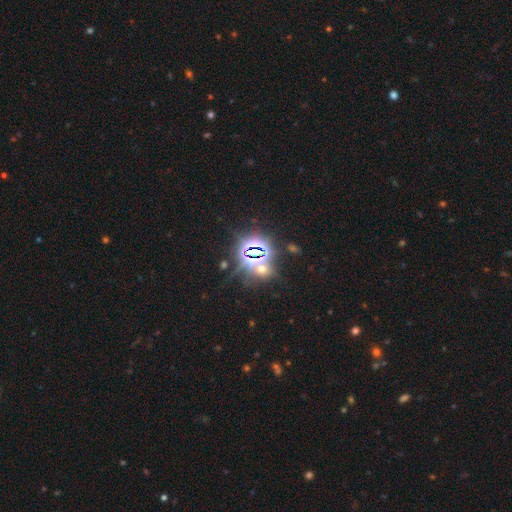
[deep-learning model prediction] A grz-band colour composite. It shows a star or artifact, not a galaxy (79%).